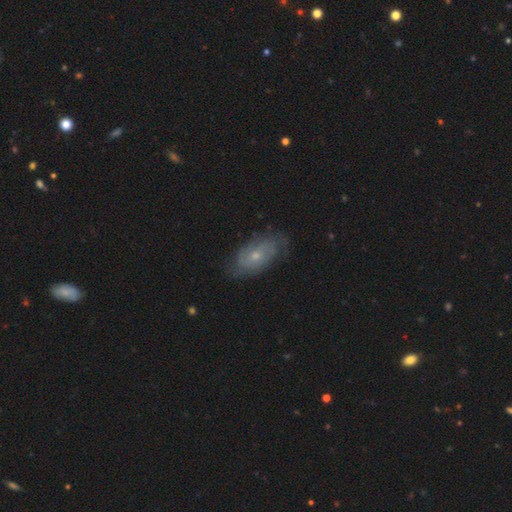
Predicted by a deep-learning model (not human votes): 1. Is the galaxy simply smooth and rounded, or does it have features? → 64% featured or disk, 28% smooth, 7% star or artifact.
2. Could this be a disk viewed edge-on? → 92% no, 8% yes.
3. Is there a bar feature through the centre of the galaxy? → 77% no, 20% weak, 3% strong.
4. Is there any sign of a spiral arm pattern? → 82% yes, 18% no.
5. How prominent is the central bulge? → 62% small, 34% moderate, 2% none, 1% large, 1% dominant.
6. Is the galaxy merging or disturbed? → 73% none, 19% minor disturbance, 6% major disturbance, 1% merger.